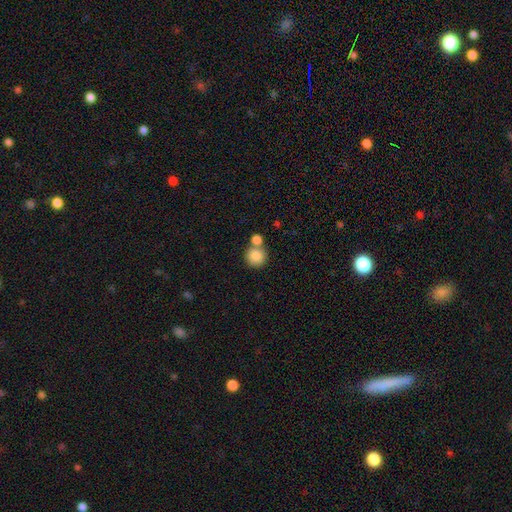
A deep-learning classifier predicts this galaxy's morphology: This appears to be a smooth galaxy with no disk features (85%) that is round (90%). Merging: none (55%).